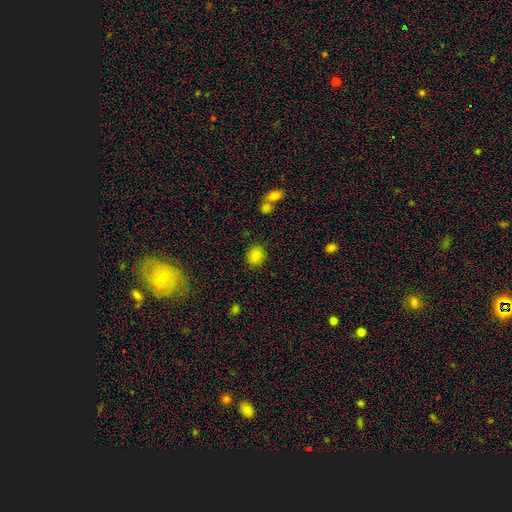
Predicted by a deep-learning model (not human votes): A smooth galaxy with no disk features (84%) that is round (64%).

Vote fractions:
- Smooth or featured? smooth: 84% / star or artifact: 10% / featured or disk: 6%
- How rounded? round: 64% / in between: 35% / cigar-shaped: 1%
- Merging? none: 87% / minor disturbance: 8% / merger: 3% / major disturbance: 3%